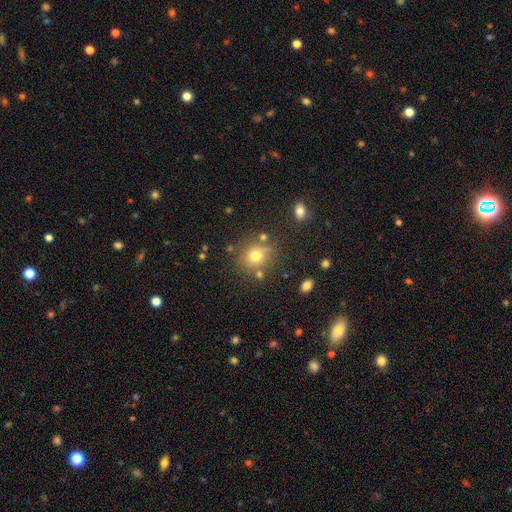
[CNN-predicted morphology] smooth-or-featured: smooth: 72% | star or artifact: 16% | featured or disk: 12%
  how-rounded: round: 82% | in between: 17% | cigar-shaped: 1%
  merging: none: 73% | minor disturbance: 13% | merger: 9% | major disturbance: 5%